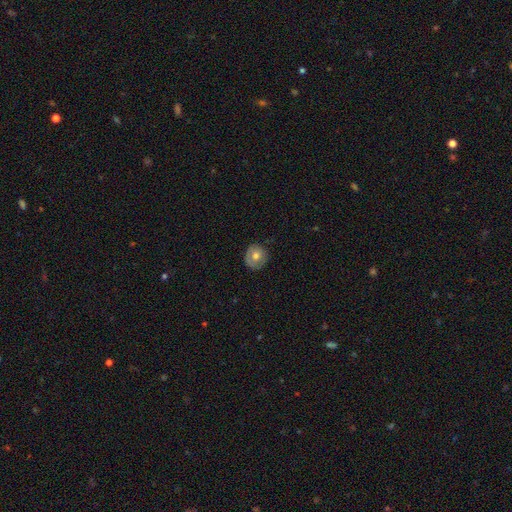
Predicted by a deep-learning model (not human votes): smooth_or_featured: smooth (p=0.64) [alt: featured or disk p=0.28]
how_rounded: round (p=0.88) [alt: in between p=0.11]
merging: none (p=0.81) [alt: minor disturbance p=0.14]